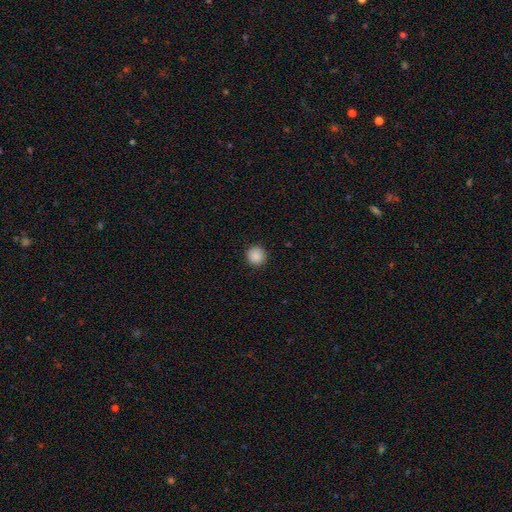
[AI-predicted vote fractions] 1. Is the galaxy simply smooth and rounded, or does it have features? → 88% smooth, 9% star or artifact, 3% featured or disk.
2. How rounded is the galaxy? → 94% round, 5% in between, 1% cigar-shaped.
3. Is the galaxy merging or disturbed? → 92% none, 5% minor disturbance, 2% major disturbance, 1% merger.